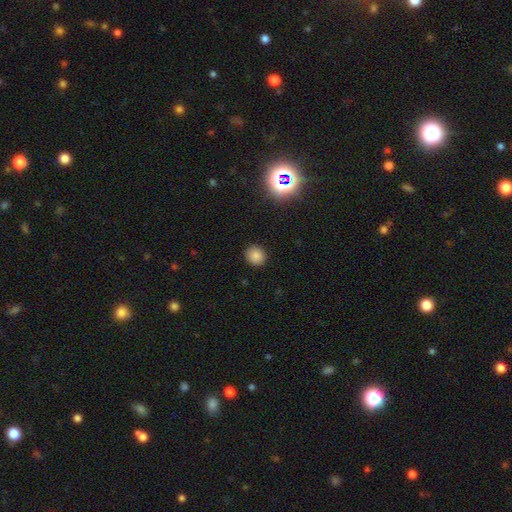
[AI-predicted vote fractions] smooth_or_featured: smooth (p=0.82) [alt: star or artifact p=0.14]
how_rounded: round (p=0.85) [alt: in between p=0.15]
merging: none (p=0.90) [alt: minor disturbance p=0.07]